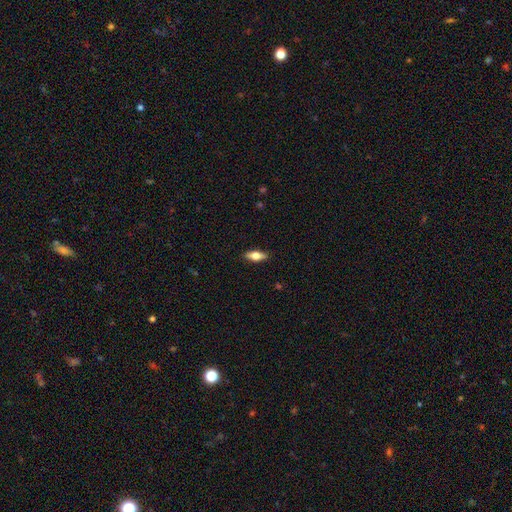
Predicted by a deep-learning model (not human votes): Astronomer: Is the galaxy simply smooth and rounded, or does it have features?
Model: smooth — 60%.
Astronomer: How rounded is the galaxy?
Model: in between — 69%.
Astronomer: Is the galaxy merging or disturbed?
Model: none — 89%.